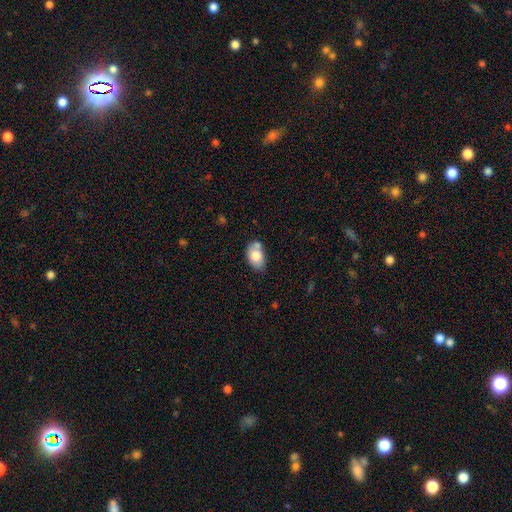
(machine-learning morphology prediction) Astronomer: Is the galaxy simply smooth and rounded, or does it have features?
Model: smooth — 78%.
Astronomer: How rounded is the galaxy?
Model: in between — 88%.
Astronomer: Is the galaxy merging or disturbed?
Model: none — 56%.